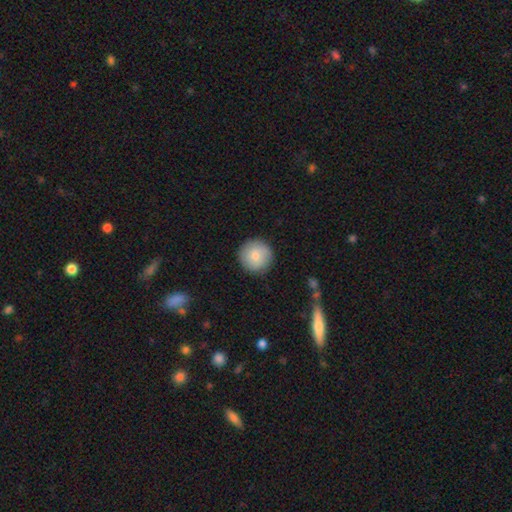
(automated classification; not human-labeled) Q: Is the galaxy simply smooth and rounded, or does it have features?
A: smooth — 82%.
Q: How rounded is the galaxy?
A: round — 96%.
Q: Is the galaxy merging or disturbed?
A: none — 90%.